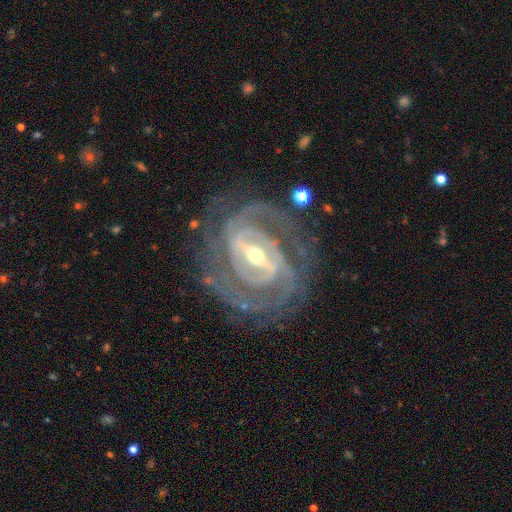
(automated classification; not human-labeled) Q: Smooth or featured?
A: featured or disk (92%); runner-up: star or artifact (4%)
Q: Edge-on disk?
A: no (96%); runner-up: yes (4%)
Q: Bar?
A: strong (70%); runner-up: weak (23%)
Q: Spiral arms?
A: yes (97%); runner-up: no (3%)
Q: Spiral winding?
A: tight (58%); runner-up: medium (34%)
Q: Spiral arm count?
A: 2 (41%); runner-up: 3 (22%)
Q: Bulge size?
A: moderate (49%); runner-up: small (46%)
Q: Merging?
A: none (72%); runner-up: minor disturbance (16%)